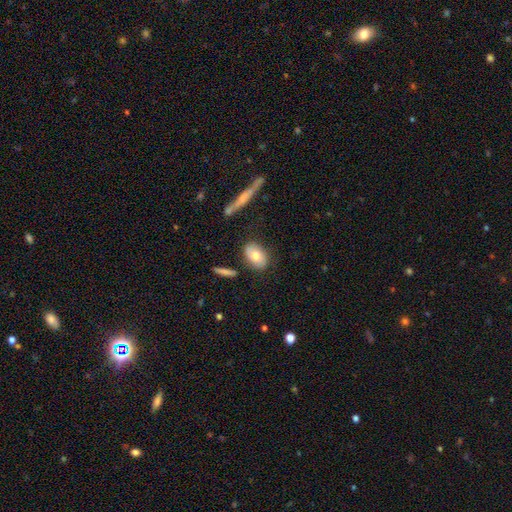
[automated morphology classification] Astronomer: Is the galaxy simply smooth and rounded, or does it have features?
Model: smooth — 74%.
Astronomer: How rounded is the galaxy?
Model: in between — 84%.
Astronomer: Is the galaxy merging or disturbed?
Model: none — 78%.